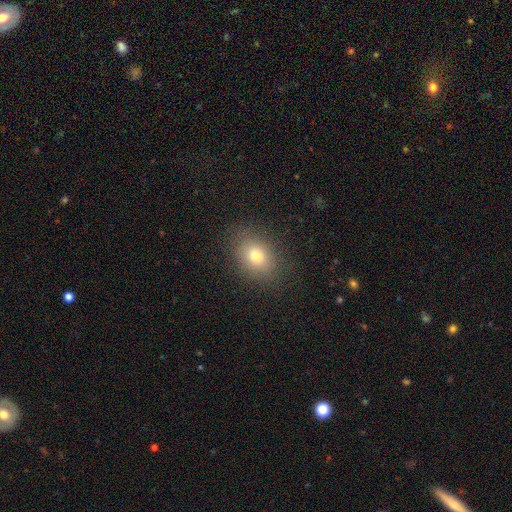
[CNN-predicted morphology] Smooth or featured: smooth — 76% (star or artifact — 12%)
How rounded: in between — 61% (round — 38%)
Merging: none — 85% (minor disturbance — 10%)